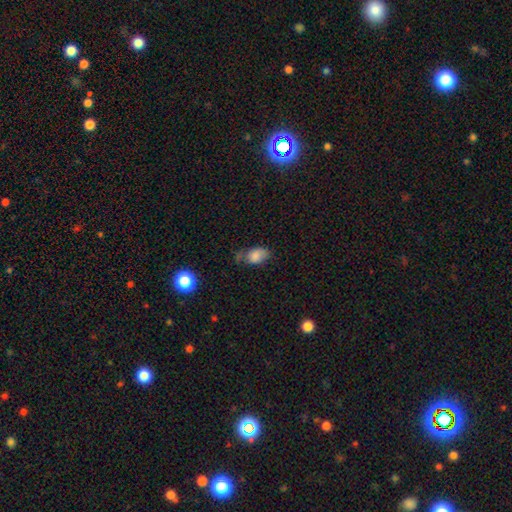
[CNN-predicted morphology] This appears to be a smooth galaxy with no disk features (78%) that is in between round and cigar-shaped (87%). Merging: none (44%).